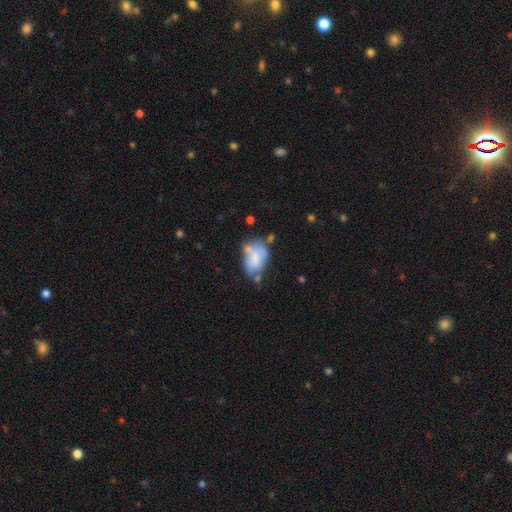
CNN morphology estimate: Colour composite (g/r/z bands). It shows a smooth galaxy with no disk features (67%) that is in between round and cigar-shaped (85%). Merging: none (35%).